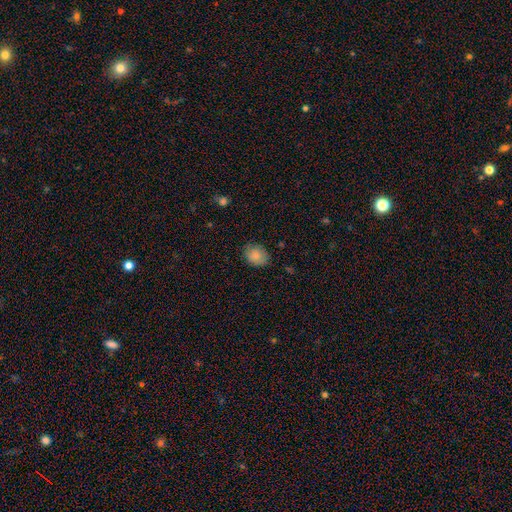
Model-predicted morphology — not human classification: Smooth or featured? smooth (86%)
How rounded? round (59%)
Merging? none (77%)